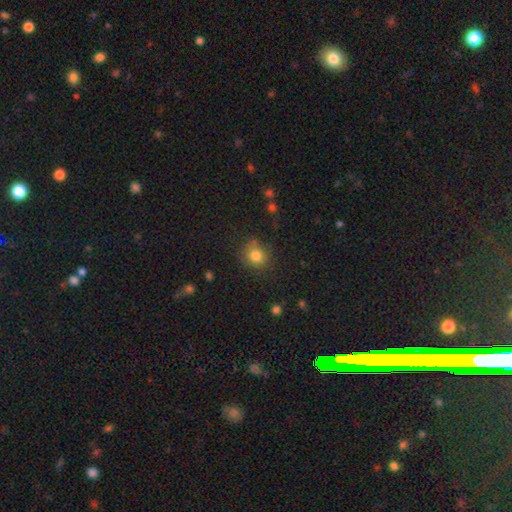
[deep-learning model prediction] Smooth or featured?
  - smooth: 82% *
  - star or artifact: 11%
  - featured or disk: 7%
How rounded?
  - round: 81% *
  - in between: 18%
  - cigar-shaped: 1%
Merging?
  - none: 79% *
  - minor disturbance: 14%
  - major disturbance: 4%
  - merger: 2%